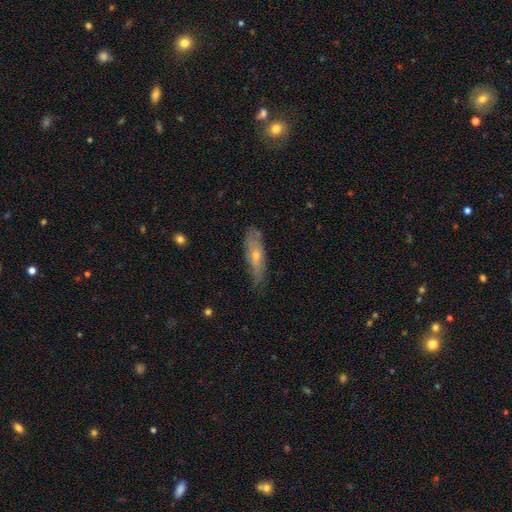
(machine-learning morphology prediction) Smooth or featured?
  - featured or disk: 50% *
  - smooth: 42%
  - star or artifact: 8%
Edge-on disk?
  - no: 53% *
  - yes: 47%
Merging?
  - none: 67% *
  - minor disturbance: 25%
  - major disturbance: 6%
  - merger: 2%